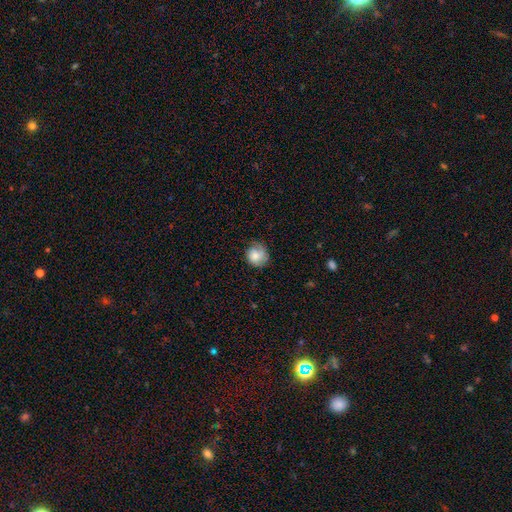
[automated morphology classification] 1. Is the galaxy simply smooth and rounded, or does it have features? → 75% smooth, 17% featured or disk, 8% star or artifact.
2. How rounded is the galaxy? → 80% round, 19% in between, 1% cigar-shaped.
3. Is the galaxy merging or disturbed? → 61% none, 28% minor disturbance, 10% major disturbance, 1% merger.